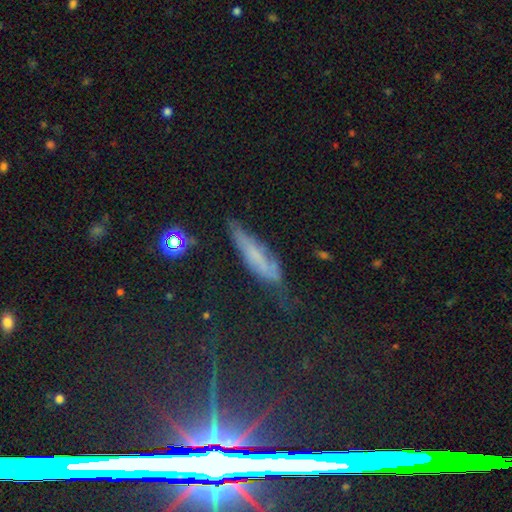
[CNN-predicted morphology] Smooth or featured?
  - smooth: 45% *
  - featured or disk: 37%
  - star or artifact: 18%
Merging?
  - none: 49% *
  - minor disturbance: 32%
  - major disturbance: 14%
  - merger: 4%